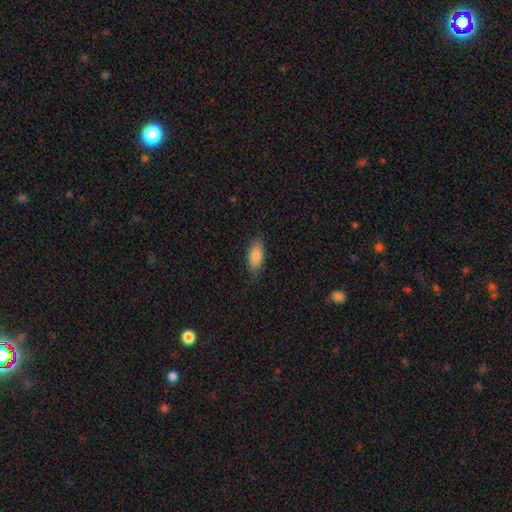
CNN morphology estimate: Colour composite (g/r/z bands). It shows a smooth galaxy with no disk features (85%) that is in between round and cigar-shaped (83%). Merging: none (81%).